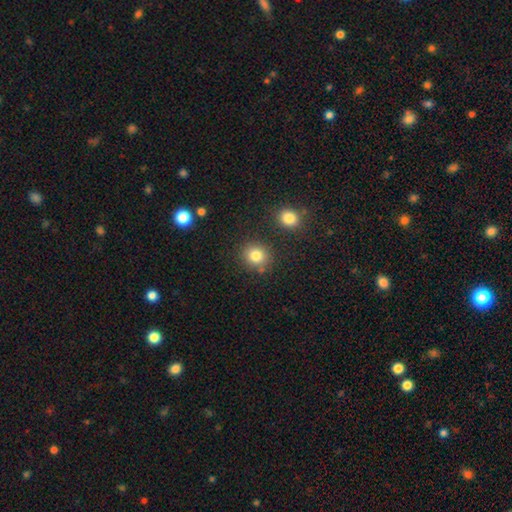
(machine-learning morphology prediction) Smooth or featured?
  - smooth: 82% *
  - star or artifact: 11%
  - featured or disk: 6%
How rounded?
  - round: 84% *
  - in between: 15%
  - cigar-shaped: 1%
Merging?
  - none: 82% *
  - minor disturbance: 9%
  - merger: 7%
  - major disturbance: 3%